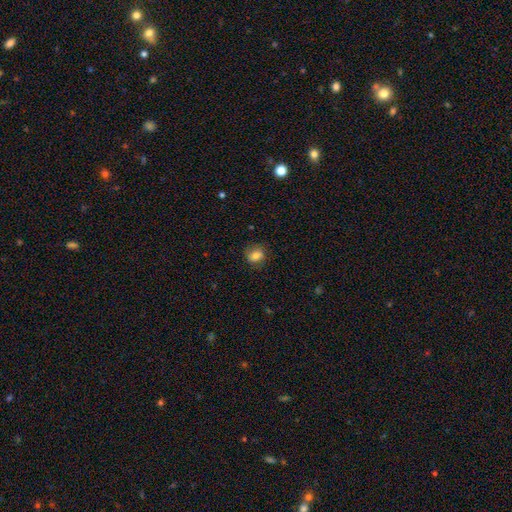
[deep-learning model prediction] This appears to be a smooth galaxy with no disk features (78%) that is round (70%). Merging: none (79%).